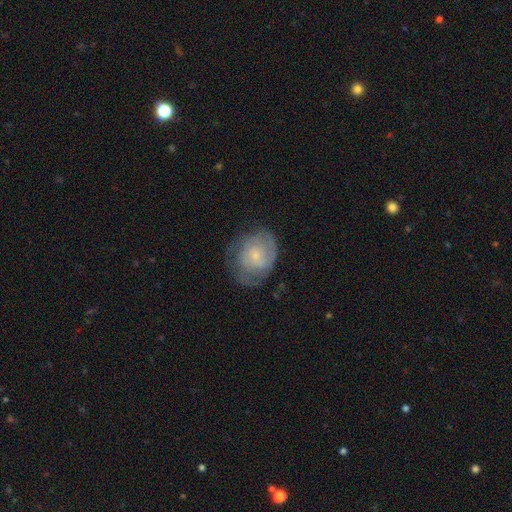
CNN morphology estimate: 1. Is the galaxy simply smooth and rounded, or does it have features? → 63% featured or disk, 30% smooth, 7% star or artifact.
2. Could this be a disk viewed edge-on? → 98% no, 2% yes.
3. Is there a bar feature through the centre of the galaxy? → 73% no, 23% weak, 3% strong.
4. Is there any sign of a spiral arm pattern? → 84% yes, 16% no.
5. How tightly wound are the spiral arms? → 54% tight, 34% medium, 11% loose.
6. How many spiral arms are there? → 40% can't tell, 35% 2, 12% 3, 6% 1, 4% 4, 3% more than 4.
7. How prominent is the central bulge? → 73% small, 19% moderate, 5% none, 2% large, 1% dominant.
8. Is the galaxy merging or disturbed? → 61% none, 24% minor disturbance, 14% major disturbance, 1% merger.